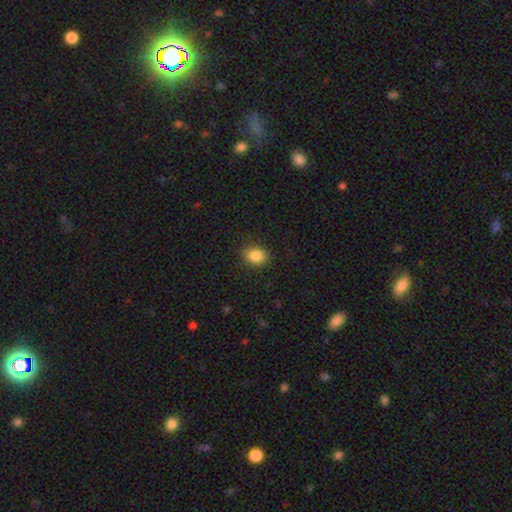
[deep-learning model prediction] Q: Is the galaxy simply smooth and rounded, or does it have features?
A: smooth — 87%.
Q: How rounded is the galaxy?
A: in between — 62%.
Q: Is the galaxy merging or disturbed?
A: none — 87%.